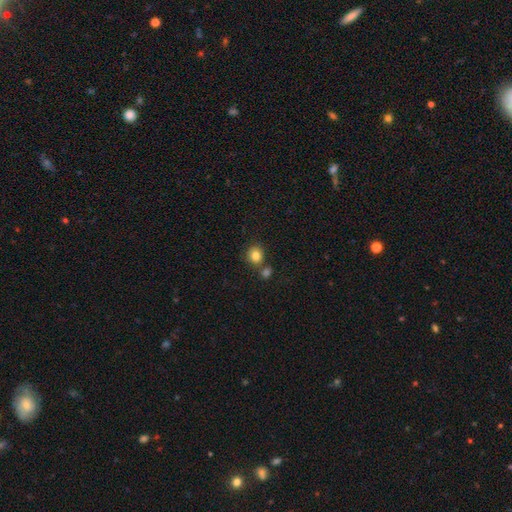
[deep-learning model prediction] smooth_or_featured: smooth (p=0.83) [alt: star or artifact p=0.11]
how_rounded: round (p=0.80) [alt: in between p=0.19]
merging: none (p=0.69) [alt: merger p=0.19]